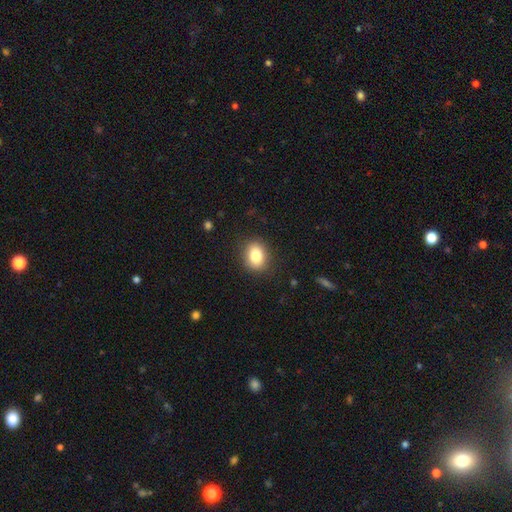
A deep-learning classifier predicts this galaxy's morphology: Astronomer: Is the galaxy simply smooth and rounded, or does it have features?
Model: smooth — 83%.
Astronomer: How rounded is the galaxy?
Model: in between — 54% (runner-up: round, 45%).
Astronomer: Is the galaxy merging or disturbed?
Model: none — 88%.